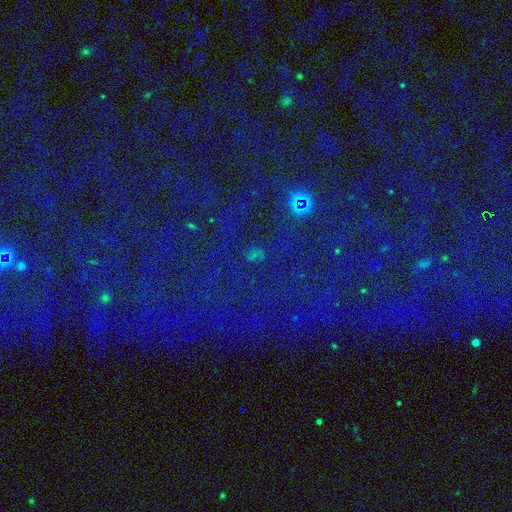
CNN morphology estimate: star or artifact 79%, smooth 11%, featured or disk 9%.